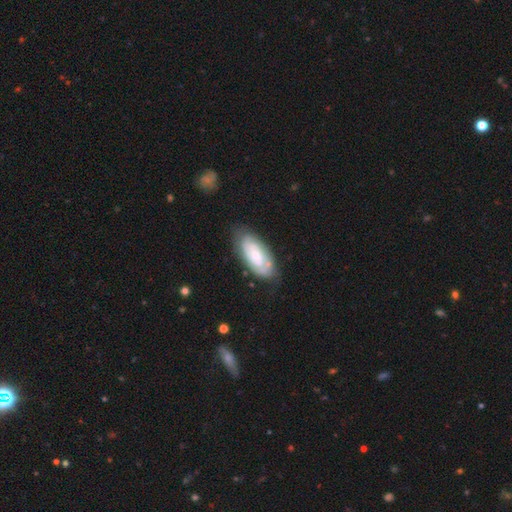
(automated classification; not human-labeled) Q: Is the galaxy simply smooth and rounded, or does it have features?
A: featured or disk — 63%.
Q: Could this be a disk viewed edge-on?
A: no — 93%.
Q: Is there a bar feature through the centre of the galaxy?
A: no — 69%.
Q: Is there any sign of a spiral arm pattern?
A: yes — 83%.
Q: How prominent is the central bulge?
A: small — 59%.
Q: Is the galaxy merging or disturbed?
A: none — 73%.